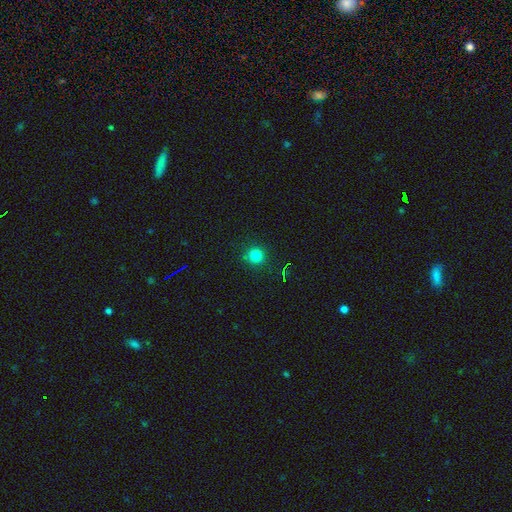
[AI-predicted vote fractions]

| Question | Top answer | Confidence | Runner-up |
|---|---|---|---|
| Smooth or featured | smooth | 79% | star or artifact (16%) |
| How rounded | round | 94% | in between (5%) |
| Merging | none | 89% | minor disturbance (7%) |